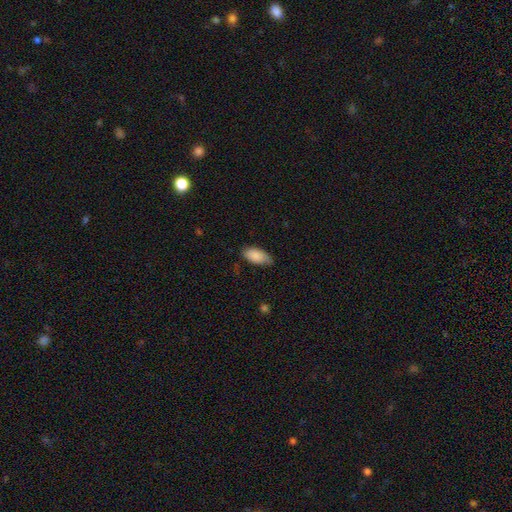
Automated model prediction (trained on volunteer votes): Smooth or featured: smooth — 86% (featured or disk — 8%)
How rounded: in between — 94% (cigar-shaped — 4%)
Merging: none — 68% (minor disturbance — 27%)